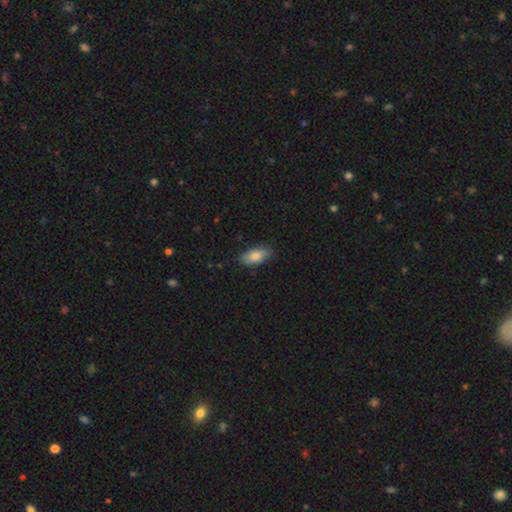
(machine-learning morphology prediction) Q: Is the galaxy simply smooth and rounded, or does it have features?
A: smooth — 84%.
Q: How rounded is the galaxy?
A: in between — 89%.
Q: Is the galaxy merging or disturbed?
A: none — 83%.